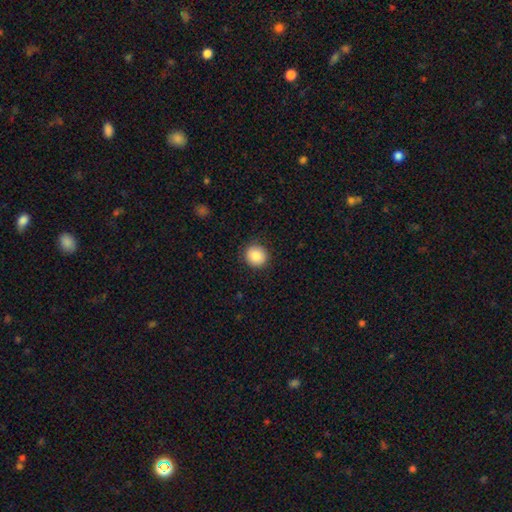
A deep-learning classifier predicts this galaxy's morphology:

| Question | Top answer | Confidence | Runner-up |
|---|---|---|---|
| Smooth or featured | smooth | 85% | star or artifact (8%) |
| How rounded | round | 90% | in between (9%) |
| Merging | none | 88% | minor disturbance (9%) |